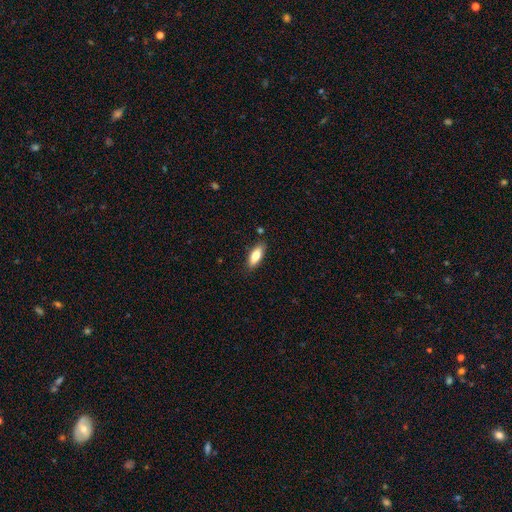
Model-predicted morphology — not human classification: A smooth galaxy with no disk features (81%) that is in between round and cigar-shaped (72%). Merging: none (85%).